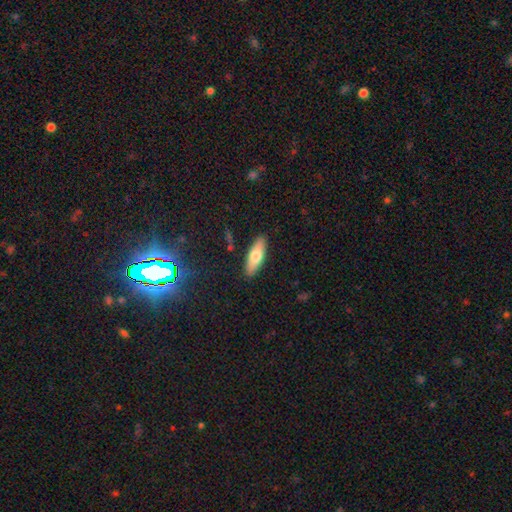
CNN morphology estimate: type=smooth (71%); roundness=in between (59%); merging=none (88%).